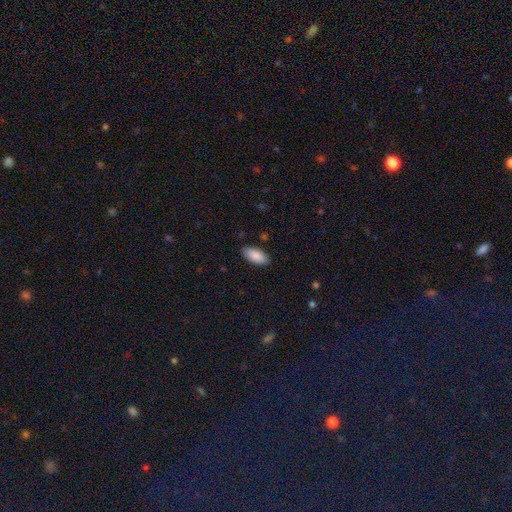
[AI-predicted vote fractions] Smooth or featured? smooth (88%)
How rounded? in between (90%)
Merging? none (87%)